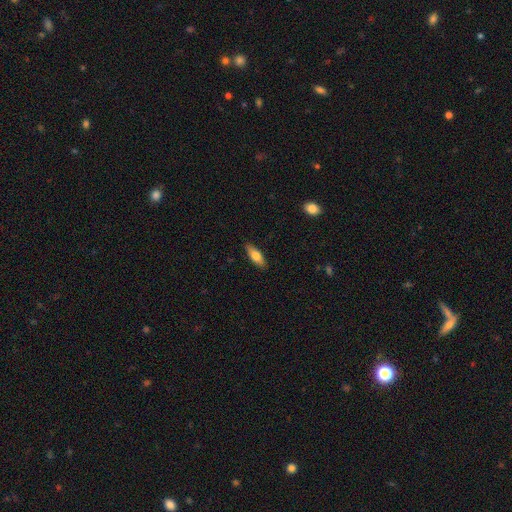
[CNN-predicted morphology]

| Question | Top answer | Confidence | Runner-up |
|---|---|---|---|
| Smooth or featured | smooth | 71% | featured or disk (22%) |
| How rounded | in between | 65% | cigar-shaped (32%) |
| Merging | none | 87% | minor disturbance (10%) |